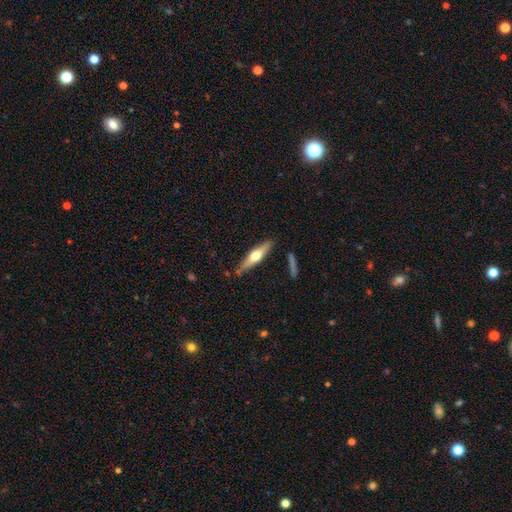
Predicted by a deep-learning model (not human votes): Overall: featured or disk (53%; smooth 41%). Edge-on disk: yes (93%). Merging: none (82%).